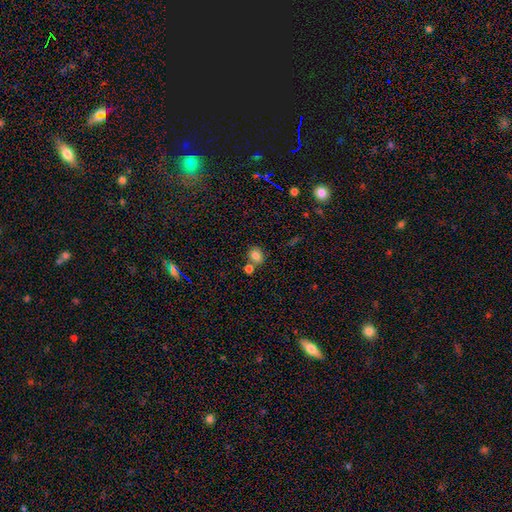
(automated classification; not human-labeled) smooth_or_featured: smooth (p=0.82) [alt: star or artifact p=0.12]
how_rounded: round (p=0.63) [alt: in between p=0.36]
merging: none (p=0.65) [alt: merger p=0.21]